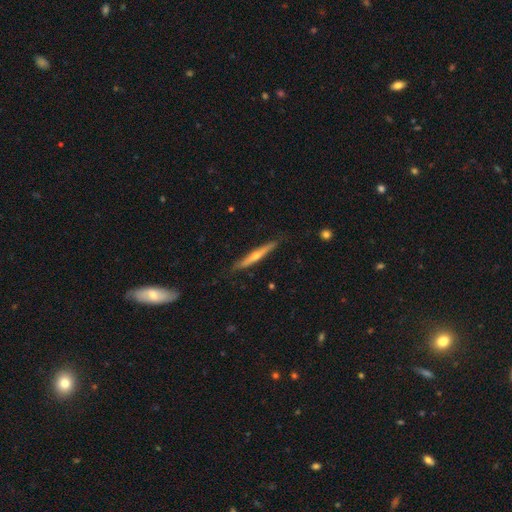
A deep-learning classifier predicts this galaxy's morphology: featured or disk 69%, smooth 25%, star or artifact 6%. Down the decision tree: edge-on disk — yes (96%); edge-on bulge — rounded (85%); merging — none (87%).